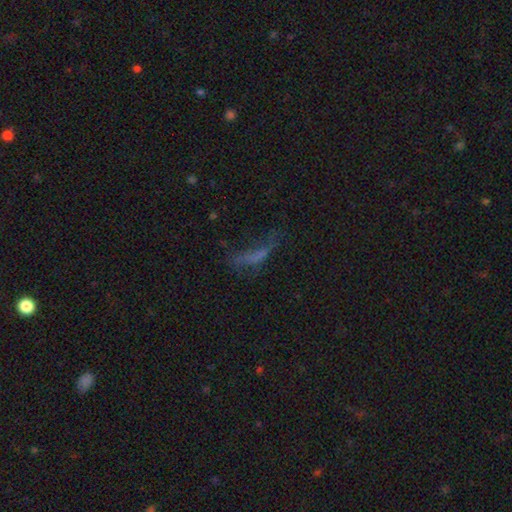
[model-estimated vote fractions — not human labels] This appears to be a smooth galaxy with no disk features (44%). Merging: major disturbance (38%).